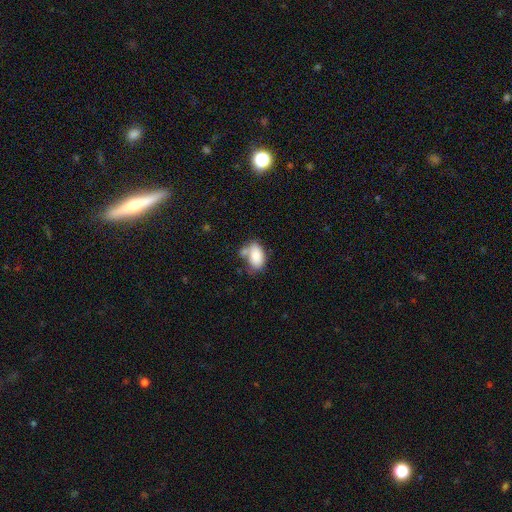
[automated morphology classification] Smooth or featured?
  - smooth: 84% *
  - featured or disk: 9%
  - star or artifact: 8%
How rounded?
  - in between: 92% *
  - round: 7%
  - cigar-shaped: 2%
Merging?
  - none: 41% *
  - merger: 28%
  - minor disturbance: 21%
  - major disturbance: 10%